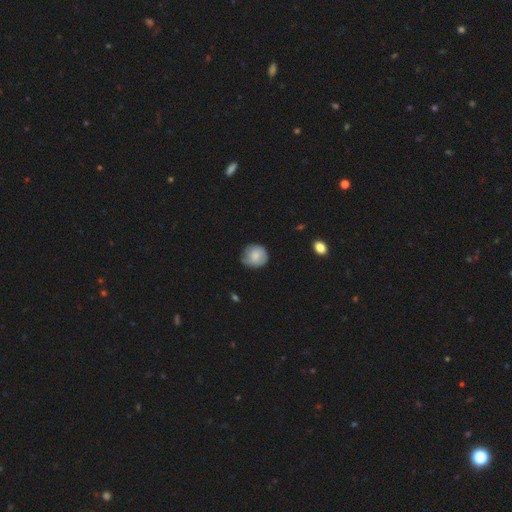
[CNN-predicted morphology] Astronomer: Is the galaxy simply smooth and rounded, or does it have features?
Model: smooth — 71%.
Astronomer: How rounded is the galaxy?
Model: round — 86%.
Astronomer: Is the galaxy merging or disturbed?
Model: none — 63%.